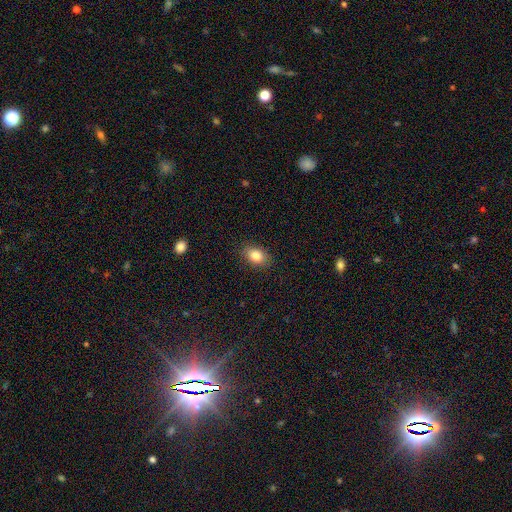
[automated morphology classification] Smooth or featured?
  - smooth: 84% *
  - star or artifact: 9%
  - featured or disk: 8%
How rounded?
  - in between: 80% *
  - round: 19%
  - cigar-shaped: 1%
Merging?
  - none: 87% *
  - minor disturbance: 10%
  - major disturbance: 3%
  - merger: 1%